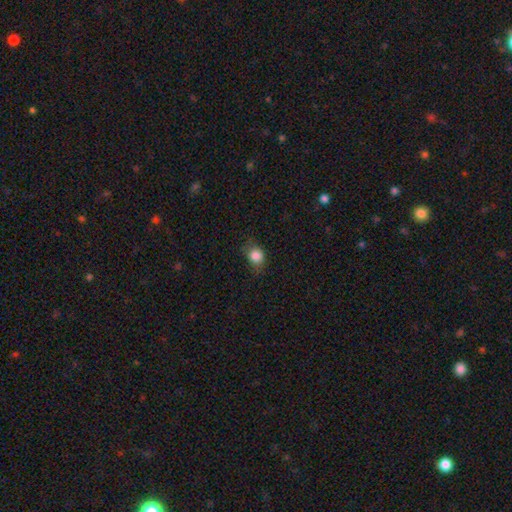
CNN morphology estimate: smooth_or_featured: smooth (p=0.85) [alt: star or artifact p=0.10]
how_rounded: round (p=0.63) [alt: in between p=0.36]
merging: none (p=0.70) [alt: minor disturbance p=0.23]